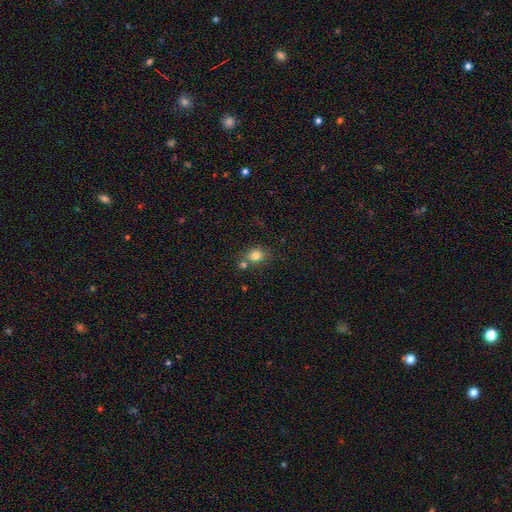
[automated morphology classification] type=smooth (79%); roundness=round (59%); merging=none (62%).